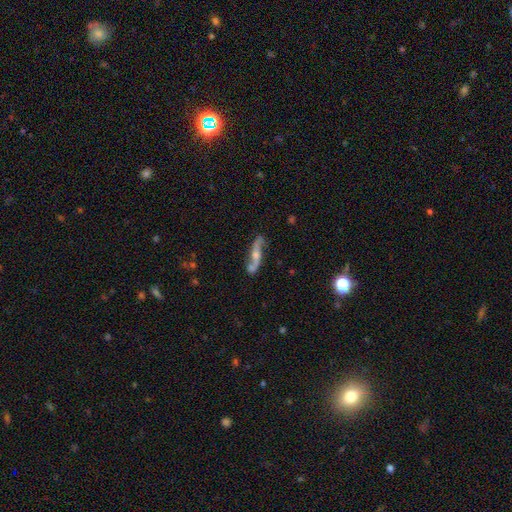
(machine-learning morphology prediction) This appears to be a featured or disk galaxy (79%) with no bar (54%), 2 (92%) loose (75%) spiral arms (92%) and a moderate central bulge (55%). Merging: none (71%).